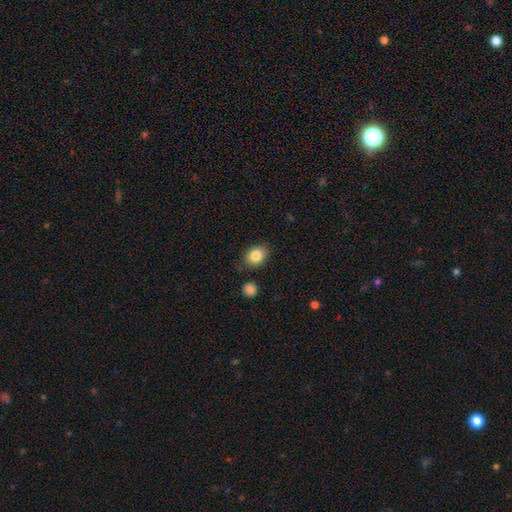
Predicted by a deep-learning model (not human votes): Smooth or featured?
  - smooth: 85% *
  - star or artifact: 8%
  - featured or disk: 7%
How rounded?
  - in between: 68% *
  - round: 31%
  - cigar-shaped: 1%
Merging?
  - none: 80% *
  - minor disturbance: 13%
  - merger: 3%
  - major disturbance: 3%